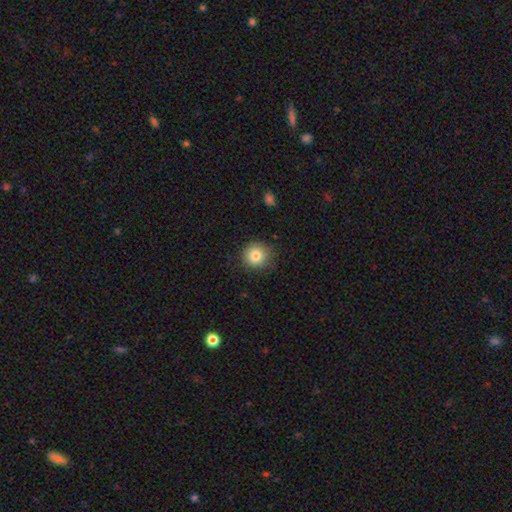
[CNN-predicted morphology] Smooth or featured? smooth (82%)
How rounded? round (92%)
Merging? none (84%)